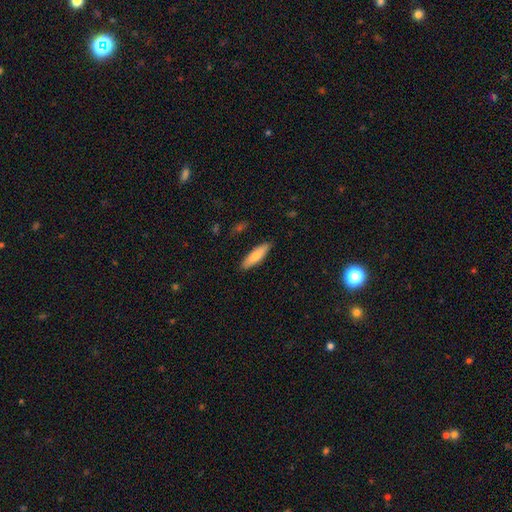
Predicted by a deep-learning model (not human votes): A smooth galaxy with no disk features (76%) that is cigar-shaped (60%).

Vote fractions:
- Smooth or featured? smooth: 76% / featured or disk: 18% / star or artifact: 6%
- How rounded? cigar-shaped: 60% / in between: 38% / round: 2%
- Merging? none: 87% / minor disturbance: 10% / major disturbance: 2% / merger: 1%